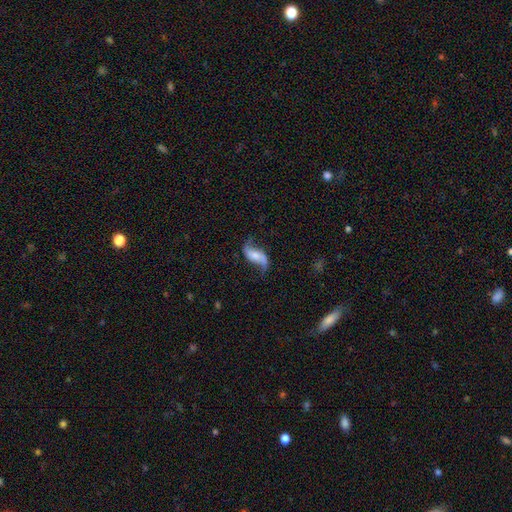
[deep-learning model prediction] This appears to be a featured or disk galaxy (75%) with no bar (44%), 2 (92%) loose (83%) spiral arms (93%) and a moderate central bulge (36%). Merging: none (66%).